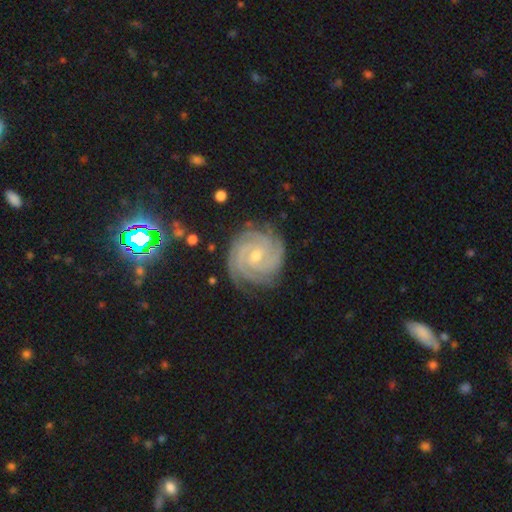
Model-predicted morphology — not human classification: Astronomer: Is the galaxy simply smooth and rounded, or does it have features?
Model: featured or disk — 91%.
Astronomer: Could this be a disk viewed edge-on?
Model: no — 98%.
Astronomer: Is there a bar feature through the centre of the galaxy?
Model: no — 49% (runner-up: weak, 38%).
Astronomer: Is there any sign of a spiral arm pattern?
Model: yes — 99%.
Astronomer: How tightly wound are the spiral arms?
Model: tight — 85%.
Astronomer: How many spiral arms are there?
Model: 4 — 33% (runner-up: 3, 26%).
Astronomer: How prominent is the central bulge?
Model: small — 61% (runner-up: moderate, 36%).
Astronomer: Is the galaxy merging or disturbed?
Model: none — 82%.